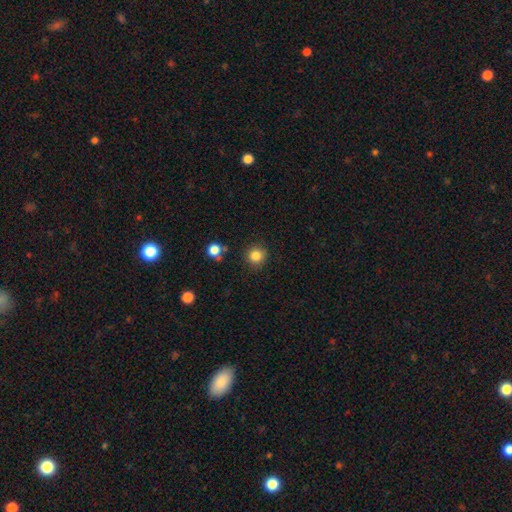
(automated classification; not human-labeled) A smooth galaxy with no disk features (84%) that is round (92%).

Vote fractions:
- Smooth or featured? smooth: 84% / star or artifact: 11% / featured or disk: 5%
- How rounded? round: 92% / in between: 7% / cigar-shaped: 1%
- Merging? none: 87% / minor disturbance: 8% / merger: 3% / major disturbance: 3%